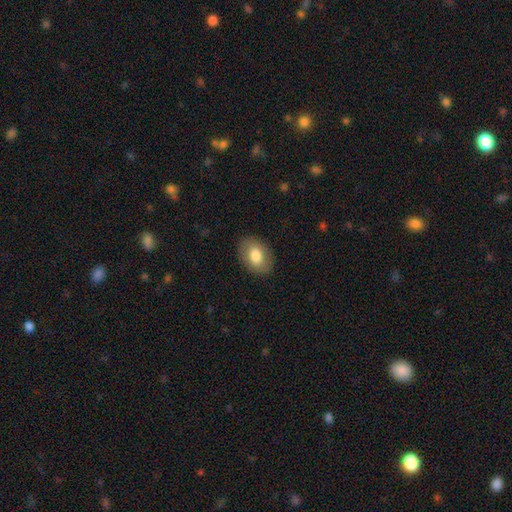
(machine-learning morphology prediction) Smooth or featured? Predicted: smooth (p=0.79). How rounded? Predicted: in between (p=0.82). Merging? Predicted: none (p=0.86).